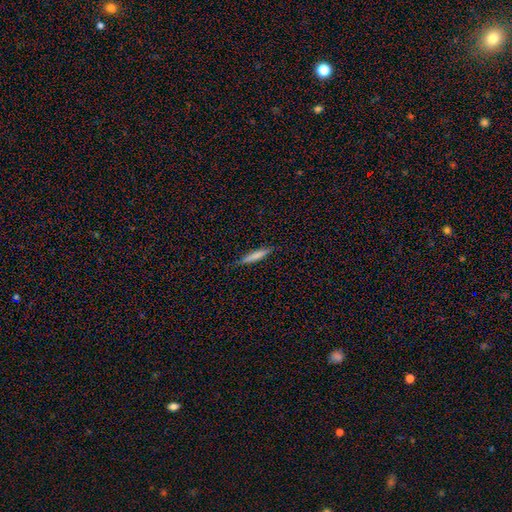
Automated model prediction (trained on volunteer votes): Morphology: type=smooth (70%); roundness=cigar-shaped (92%); merging=none (87%).